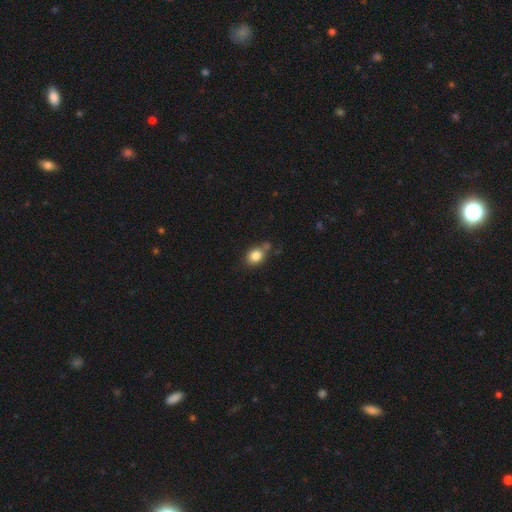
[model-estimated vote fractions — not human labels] This appears to be a smooth galaxy with no disk features (83%) that is in between round and cigar-shaped (54%). Merging: none (62%).